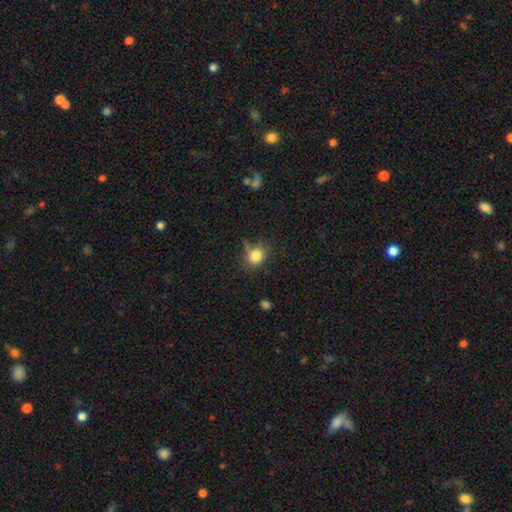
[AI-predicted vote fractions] Morphology: type=smooth (82%); roundness=round (72%); merging=none (65%).